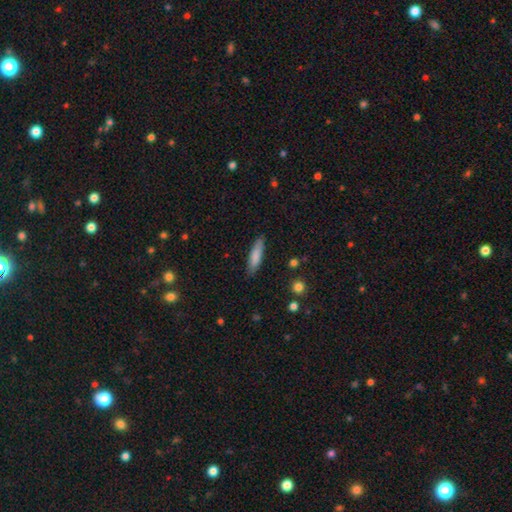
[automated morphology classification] Smooth or featured? Predicted: smooth (p=0.81). How rounded? Predicted: cigar-shaped (p=0.71). Merging? Predicted: none (p=0.84).